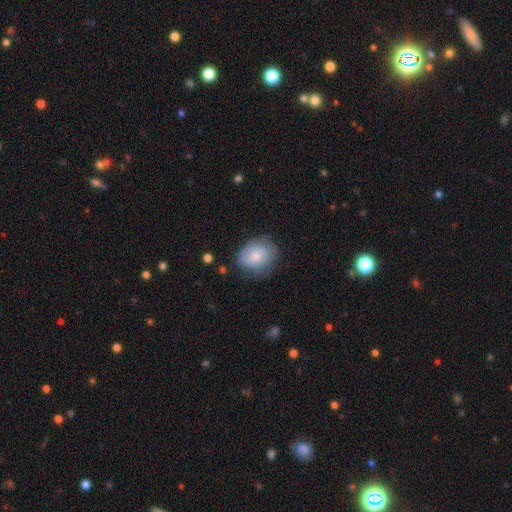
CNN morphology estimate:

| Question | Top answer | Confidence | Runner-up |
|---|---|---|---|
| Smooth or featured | smooth | 71% | featured or disk (22%) |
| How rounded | round | 70% | in between (29%) |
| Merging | none | 67% | minor disturbance (24%) |